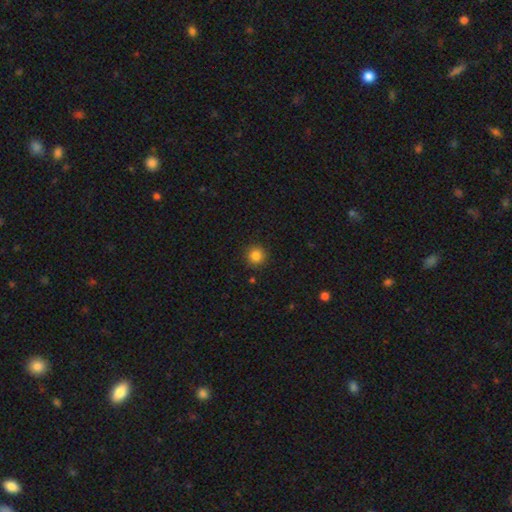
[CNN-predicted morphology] Smooth or featured? smooth (84%)
How rounded? round (95%)
Merging? none (91%)